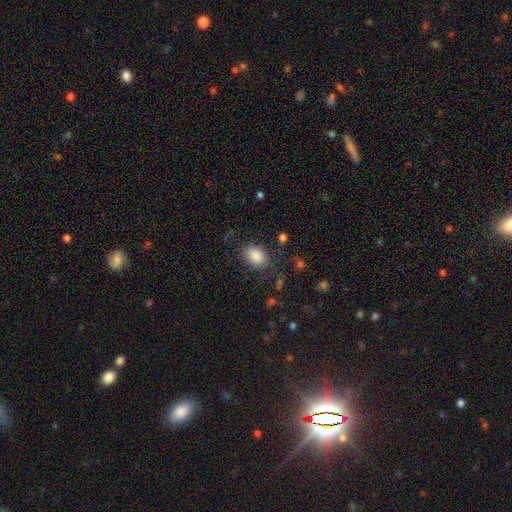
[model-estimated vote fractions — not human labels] smooth_or_featured: smooth (p=0.86) [alt: star or artifact p=0.08]
how_rounded: in between (p=0.76) [alt: round p=0.22]
merging: none (p=0.79) [alt: minor disturbance p=0.14]